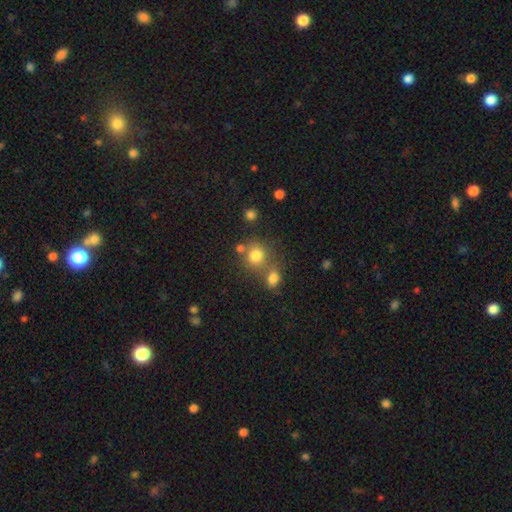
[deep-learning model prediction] This is likely a smooth galaxy (79%). How rounded: clearly round (84%). Merging: possibly none (58%).